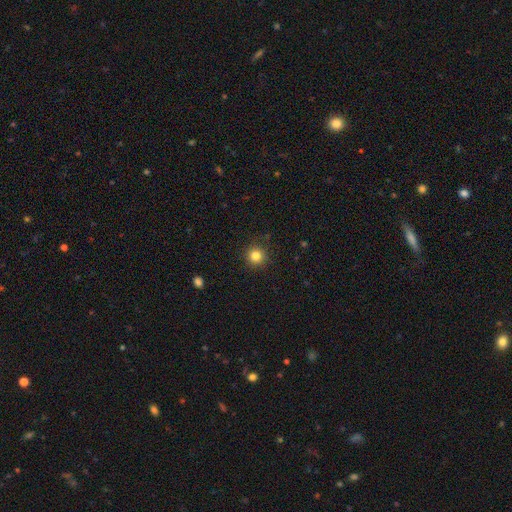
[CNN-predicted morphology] A smooth galaxy with no disk features (83%) that is round (95%).

Vote fractions:
- Smooth or featured? smooth: 83% / star or artifact: 12% / featured or disk: 5%
- How rounded? round: 95% / in between: 4% / cigar-shaped: 1%
- Merging? none: 90% / minor disturbance: 6% / major disturbance: 2% / merger: 1%